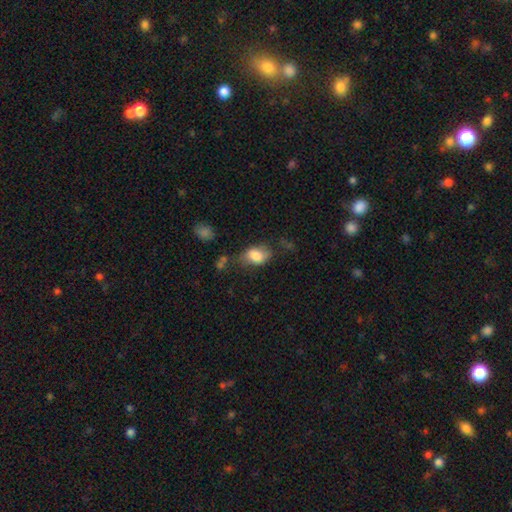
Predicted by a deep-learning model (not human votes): smooth 79%, featured or disk 14%, star or artifact 8%. Down the decision tree: how rounded — in between (82%); merging — none (56%).